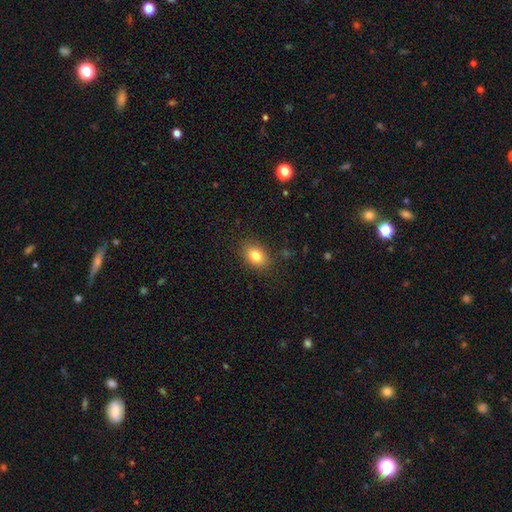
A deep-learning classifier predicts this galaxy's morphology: Q: Smooth or featured?
A: smooth (81%); runner-up: star or artifact (10%)
Q: How rounded?
A: in between (76%); runner-up: round (23%)
Q: Merging?
A: none (86%); runner-up: minor disturbance (10%)